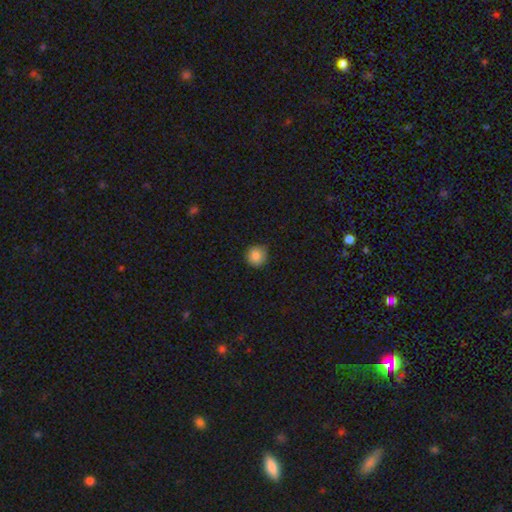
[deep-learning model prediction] smooth-or-featured: smooth: 86% | star or artifact: 9% | featured or disk: 5%
  how-rounded: round: 93% | in between: 6% | cigar-shaped: 1%
  merging: none: 86% | minor disturbance: 11% | major disturbance: 2% | merger: 1%